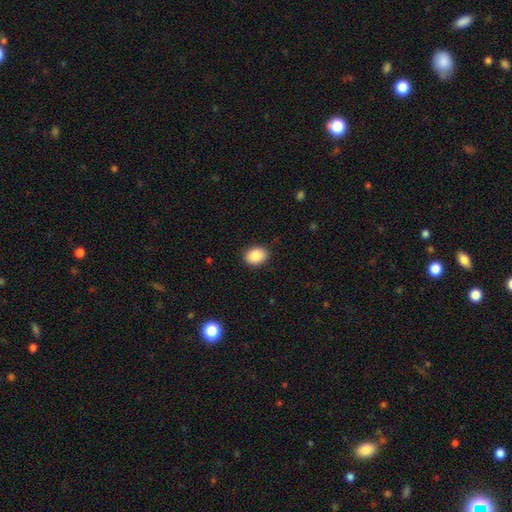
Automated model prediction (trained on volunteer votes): A smooth galaxy with no disk features (89%) that is in between round and cigar-shaped (66%).

Vote fractions:
- Smooth or featured? smooth: 89% / star or artifact: 8% / featured or disk: 4%
- How rounded? in between: 66% / round: 33% / cigar-shaped: 1%
- Merging? none: 89% / minor disturbance: 8% / major disturbance: 2% / merger: 1%